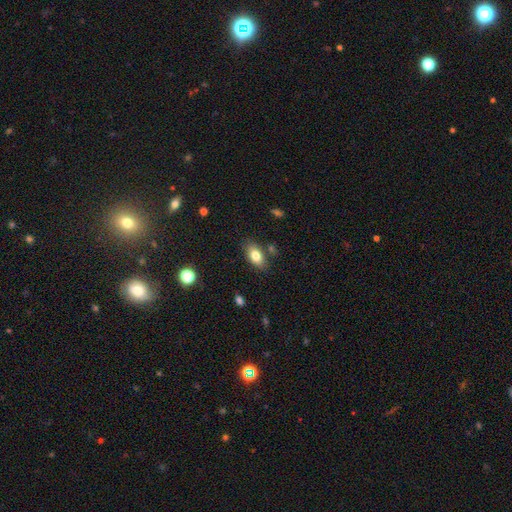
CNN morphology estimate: A smooth galaxy with no disk features (79%) that is in between round and cigar-shaped (88%).

Vote fractions:
- Smooth or featured? smooth: 79% / featured or disk: 13% / star or artifact: 8%
- How rounded? in between: 88% / round: 7% / cigar-shaped: 4%
- Merging? none: 80% / minor disturbance: 12% / merger: 4% / major disturbance: 3%